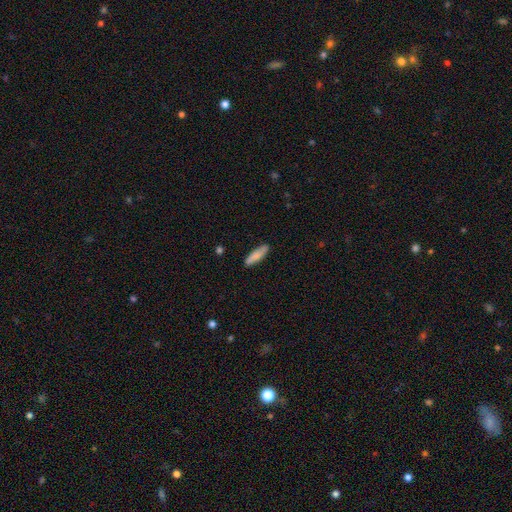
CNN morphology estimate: smooth_or_featured: smooth (p=0.81) [alt: featured or disk p=0.13]
how_rounded: cigar-shaped (p=0.65) [alt: in between p=0.33]
merging: none (p=0.87) [alt: minor disturbance p=0.10]